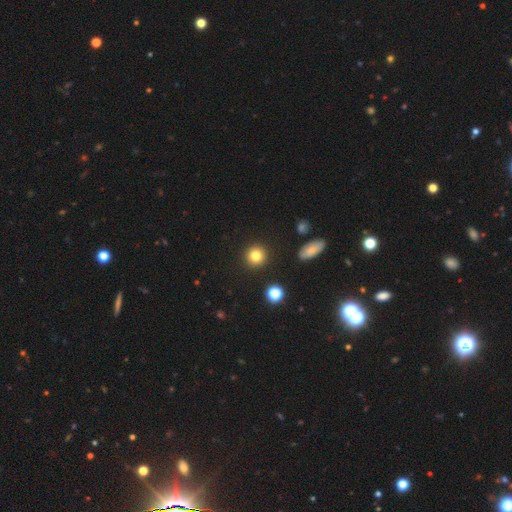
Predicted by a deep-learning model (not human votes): A smooth galaxy with no disk features (82%) that is round (92%). Merging: none (91%).